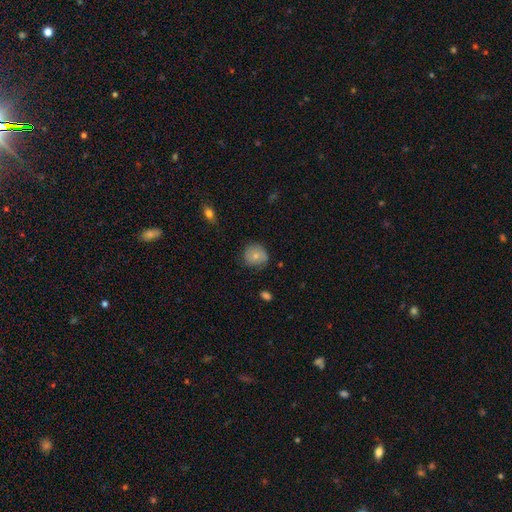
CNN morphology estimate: smooth_or_featured: smooth (p=0.67) [alt: featured or disk p=0.25]
how_rounded: round (p=0.81) [alt: in between p=0.18]
merging: none (p=0.70) [alt: minor disturbance p=0.23]